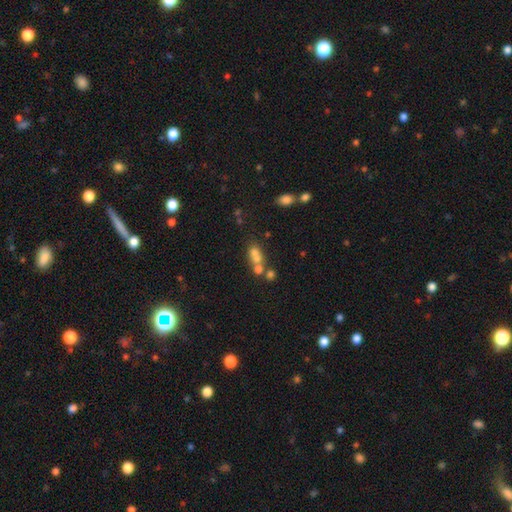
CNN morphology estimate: Smooth or featured: smooth — 64% (featured or disk — 20%)
How rounded: in between — 64% (round — 30%)
Merging: merger — 50% (none — 32%)